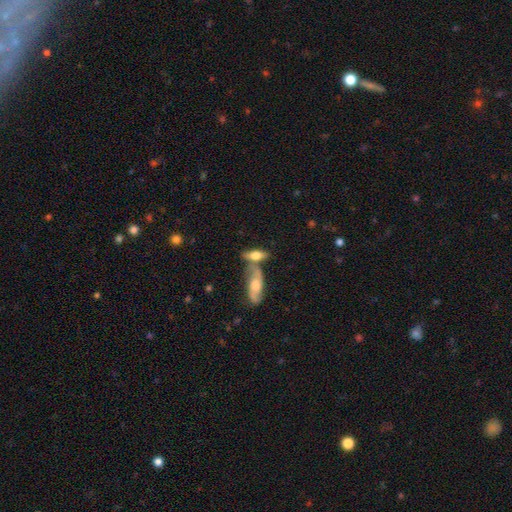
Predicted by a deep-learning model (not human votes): The model was most divided on "merging": none: 43%, merger: 40%, minor disturbance: 12%, major disturbance: 5%. More confident: how rounded — in between (63%); smooth or featured — smooth (58%).